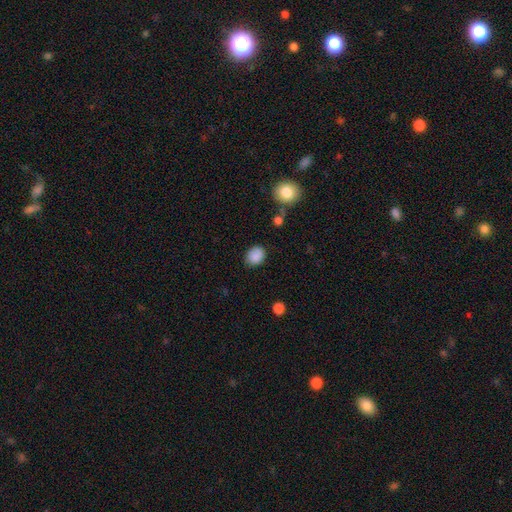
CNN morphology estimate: The model was most divided on "how rounded": round: 51%, in between: 48%, cigar-shaped: 1%. More confident: smooth or featured — smooth (87%); merging — none (81%).